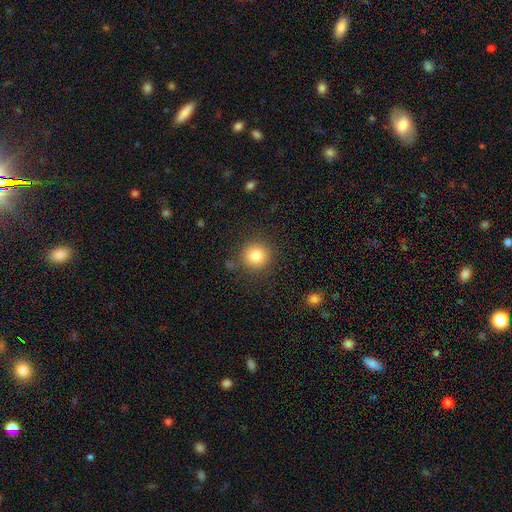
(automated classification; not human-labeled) A smooth galaxy with no disk features (83%) that is round (93%).

Vote fractions:
- Smooth or featured? smooth: 83% / star or artifact: 11% / featured or disk: 6%
- How rounded? round: 93% / in between: 6% / cigar-shaped: 1%
- Merging? none: 87% / minor disturbance: 8% / major disturbance: 3% / merger: 2%